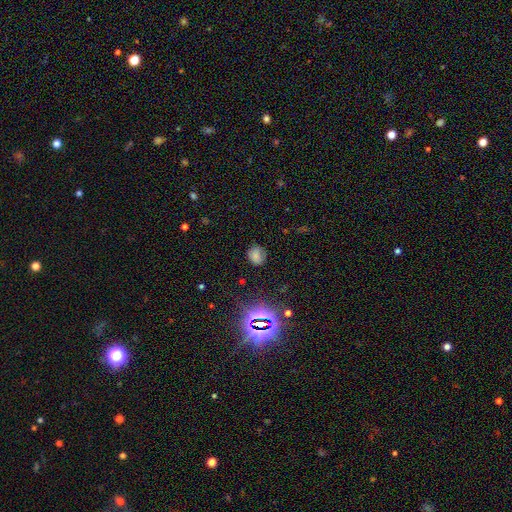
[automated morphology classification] Q: Smooth or featured?
A: smooth (68%); runner-up: star or artifact (21%)
Q: How rounded?
A: round (61%); runner-up: in between (37%)
Q: Merging?
A: none (73%); runner-up: minor disturbance (20%)